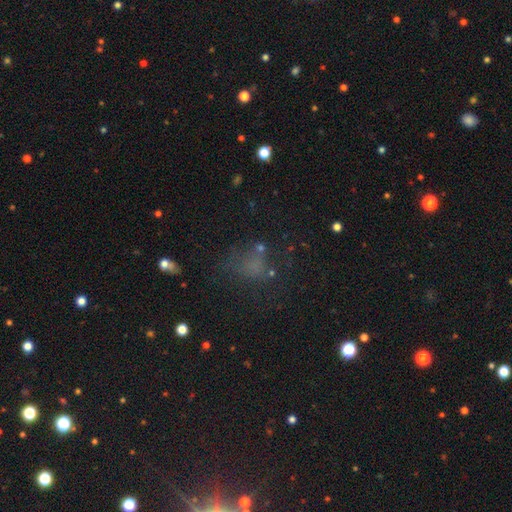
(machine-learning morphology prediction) Smooth or featured?
  - smooth: 51% *
  - star or artifact: 30%
  - featured or disk: 20%
How rounded?
  - in between: 50% *
  - round: 47%
  - cigar-shaped: 3%
Merging?
  - none: 52% *
  - major disturbance: 24%
  - minor disturbance: 18%
  - merger: 6%